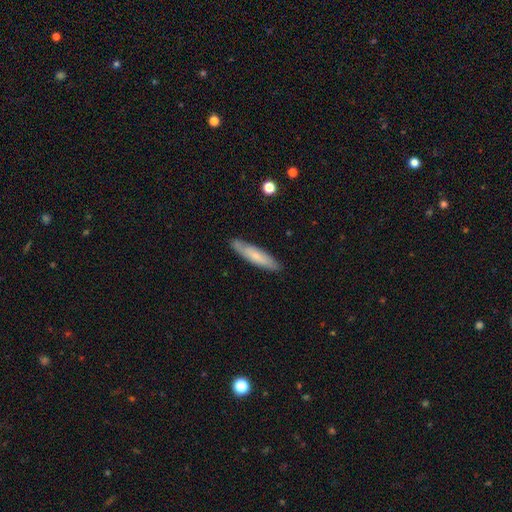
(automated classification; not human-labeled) A smooth galaxy with no disk features (61%) that is cigar-shaped (80%). Merging: none (84%).